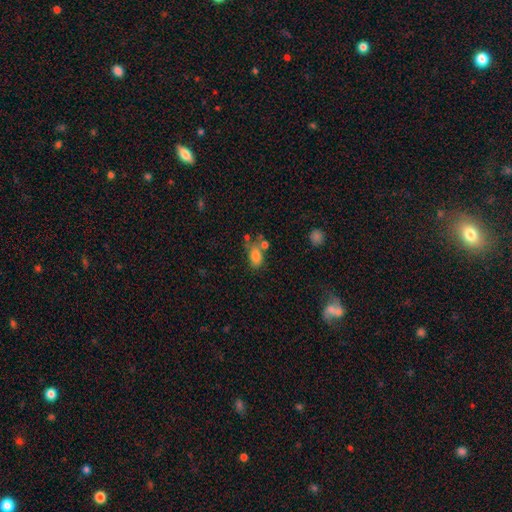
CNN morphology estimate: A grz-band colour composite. It shows a smooth galaxy with no disk features (80%) that is in between round and cigar-shaped (85%). Merging: none (48%).